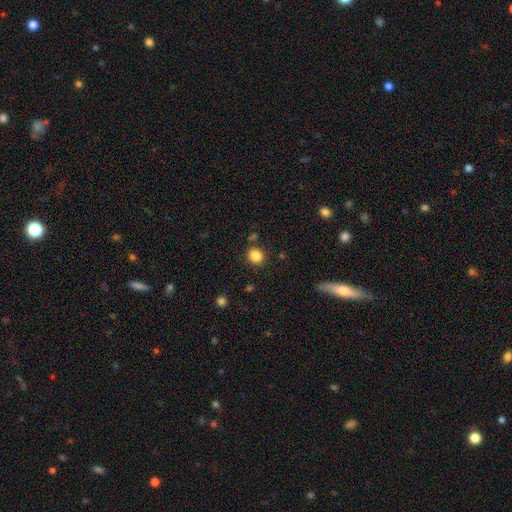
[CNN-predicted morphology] Overall: smooth (86%). How rounded: round (65%; in between 34%). Merging: none (83%).